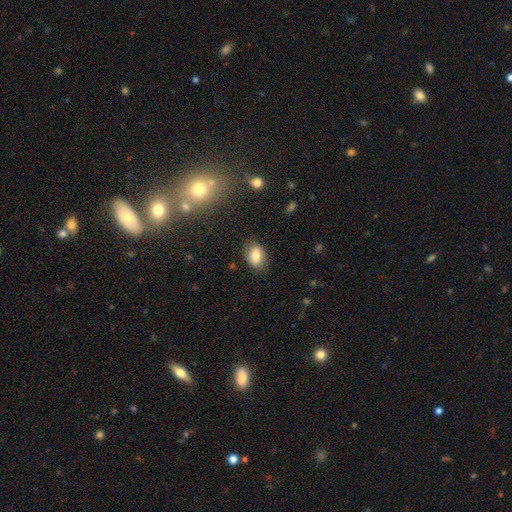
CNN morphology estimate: A smooth galaxy with no disk features (78%) that is in between round and cigar-shaped (84%).

Vote fractions:
- Smooth or featured? smooth: 78% / featured or disk: 13% / star or artifact: 9%
- How rounded? in between: 84% / round: 15% / cigar-shaped: 2%
- Merging? none: 78% / minor disturbance: 16% / major disturbance: 4% / merger: 1%